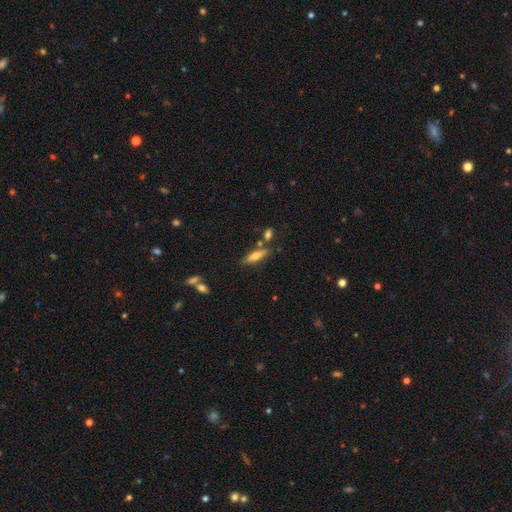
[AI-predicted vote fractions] smooth_or_featured: smooth (p=0.65) [alt: featured or disk p=0.28]
how_rounded: cigar-shaped (p=0.65) [alt: in between p=0.33]
merging: none (p=0.72) [alt: minor disturbance p=0.13]